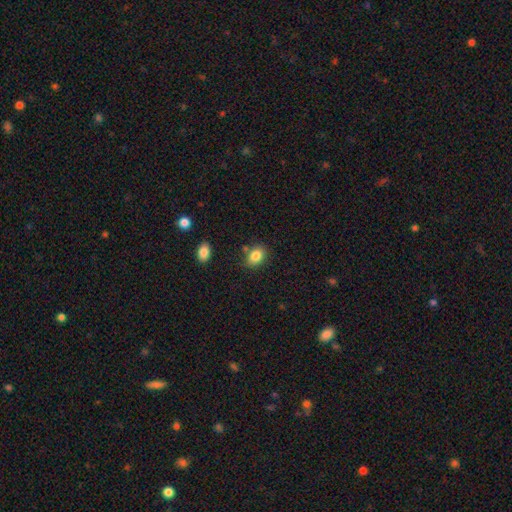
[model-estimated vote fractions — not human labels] Overall: smooth (84%). How rounded: in between (67%; round 32%). Merging: none (76%).